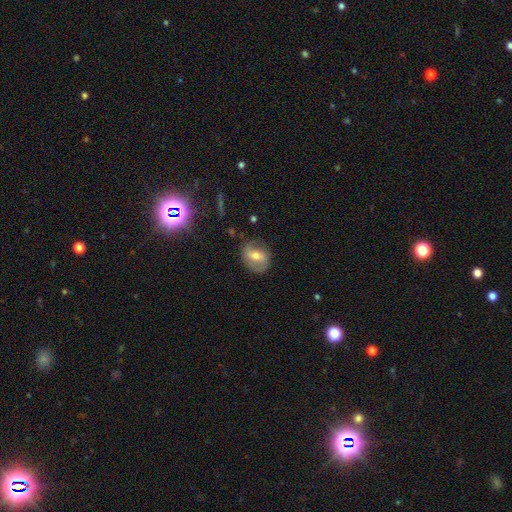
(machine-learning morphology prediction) smooth_or_featured: featured or disk (p=0.57) [alt: smooth p=0.34]
disk_edge_on: no (p=0.94) [alt: yes p=0.06]
bar: weak (p=0.40) [alt: strong p=0.37]
has_spiral_arms: yes (p=0.72) [alt: no p=0.28]
bulge_size: moderate (p=0.63) [alt: small p=0.30]
merging: none (p=0.72) [alt: minor disturbance p=0.19]